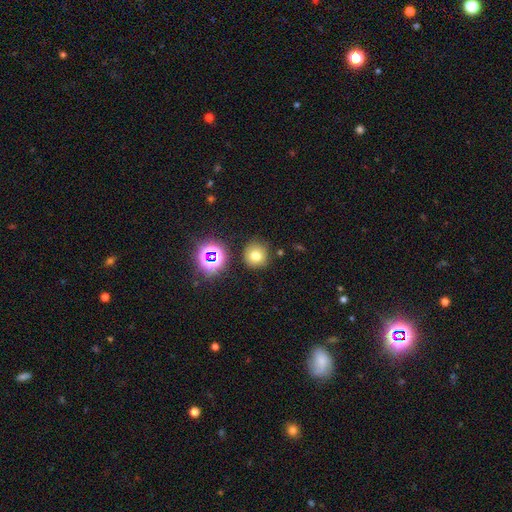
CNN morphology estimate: Overall: smooth (70%). How rounded: round (91%). Merging: none (82%).